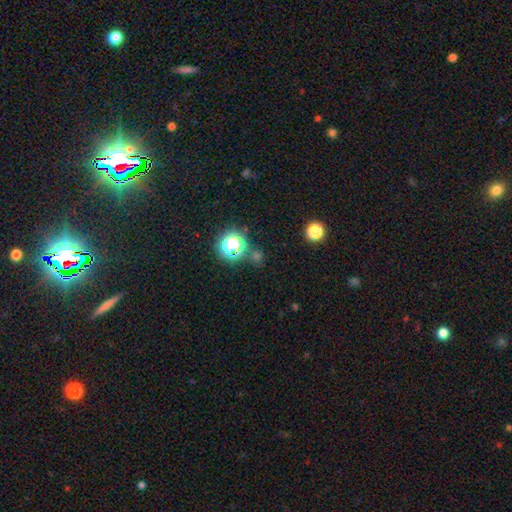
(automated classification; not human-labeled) star or artifact 52%, smooth 41%, featured or disk 7%.